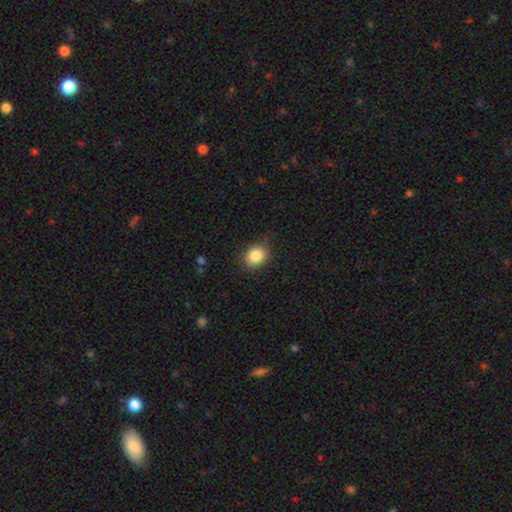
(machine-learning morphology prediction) type=smooth (86%); roundness=round (51%); merging=none (85%).